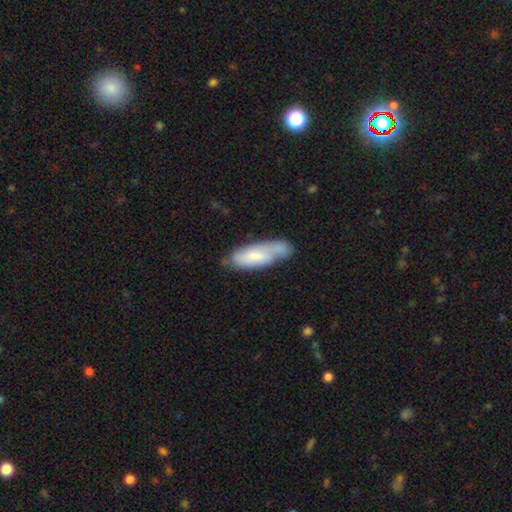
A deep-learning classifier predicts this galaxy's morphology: Smooth or featured?
  - smooth: 65% *
  - featured or disk: 29%
  - star or artifact: 6%
How rounded?
  - in between: 60% *
  - cigar-shaped: 38%
  - round: 2%
Merging?
  - none: 46% *
  - minor disturbance: 30%
  - merger: 14%
  - major disturbance: 11%